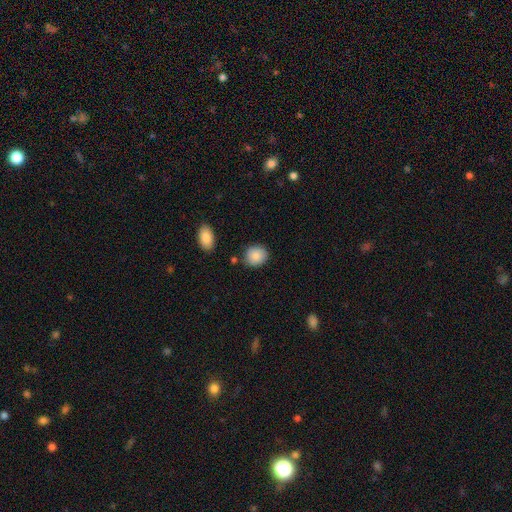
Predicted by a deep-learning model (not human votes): Q: Smooth or featured?
A: smooth (85%); runner-up: star or artifact (8%)
Q: How rounded?
A: round (70%); runner-up: in between (29%)
Q: Merging?
A: none (83%); runner-up: minor disturbance (11%)